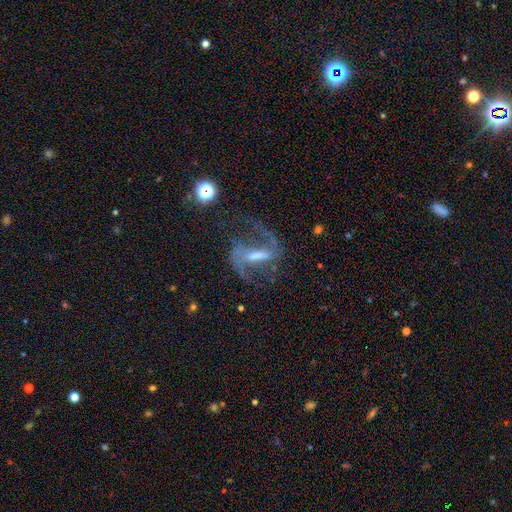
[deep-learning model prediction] Q: Smooth or featured?
A: featured or disk (87%); runner-up: star or artifact (8%)
Q: Edge-on disk?
A: no (94%); runner-up: yes (6%)
Q: Bar?
A: strong (60%); runner-up: weak (32%)
Q: Spiral arms?
A: yes (95%); runner-up: no (5%)
Q: Spiral winding?
A: medium (47%); runner-up: loose (43%)
Q: Spiral arm count?
A: 2 (92%); runner-up: can't tell (3%)
Q: Bulge size?
A: small (38%); runner-up: moderate (36%)
Q: Merging?
A: none (68%); runner-up: major disturbance (15%)